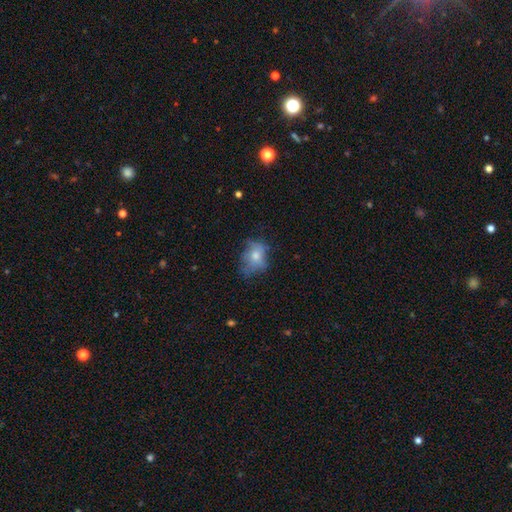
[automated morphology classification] type=smooth (54%); roundness=in between (60%); merging=none (50%).